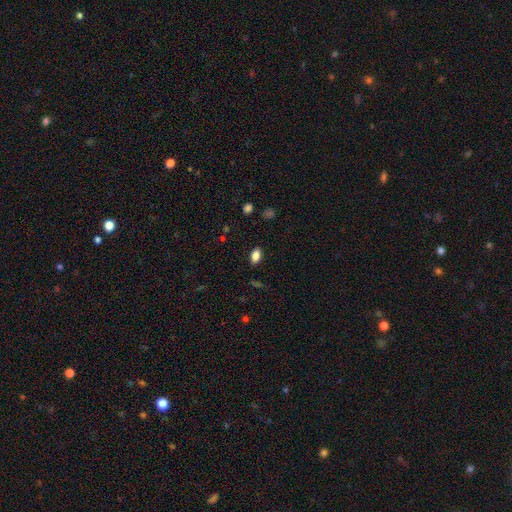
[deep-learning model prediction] Smooth or featured? smooth (84%)
How rounded? in between (90%)
Merging? none (87%)